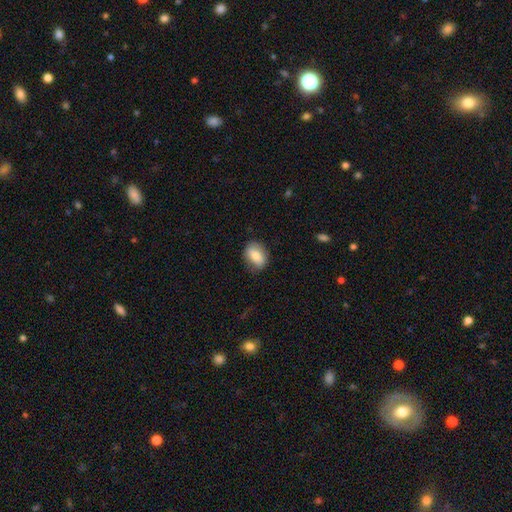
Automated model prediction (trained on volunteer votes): Smooth or featured? smooth (78%)
How rounded? in between (73%)
Merging? none (77%)